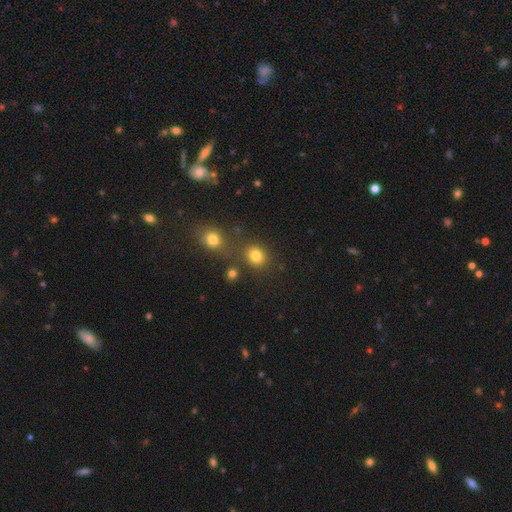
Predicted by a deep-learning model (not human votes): Q: Smooth or featured?
A: smooth (80%); runner-up: star or artifact (14%)
Q: How rounded?
A: round (69%); runner-up: in between (30%)
Q: Merging?
A: none (75%); runner-up: merger (12%)